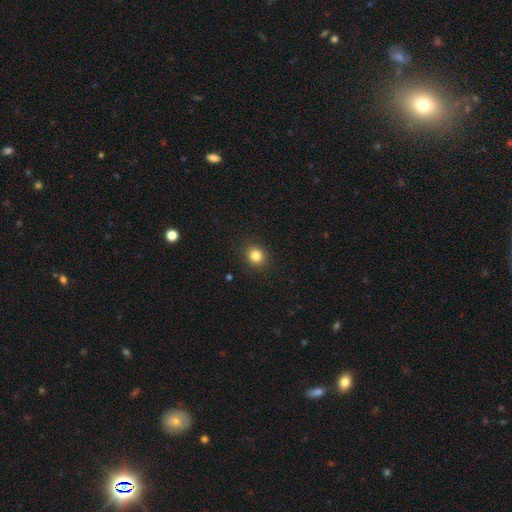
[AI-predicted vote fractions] Smooth or featured: smooth — 83% (star or artifact — 12%)
How rounded: round — 85% (in between — 14%)
Merging: none — 91% (minor disturbance — 6%)